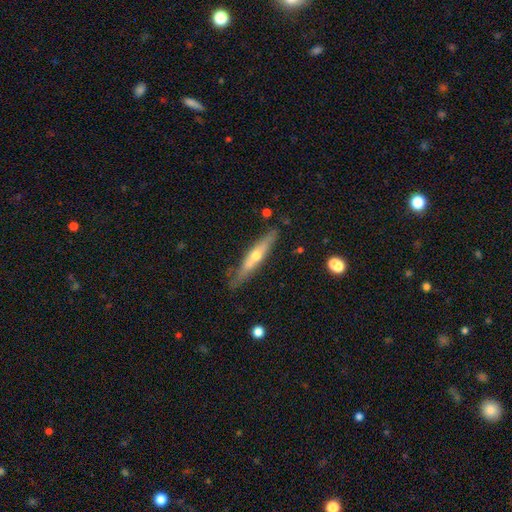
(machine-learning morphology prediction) This appears to be a featured or disk galaxy (59%) viewed edge-on (87%) with a rounded central bulge (82%). Merging: none (77%).